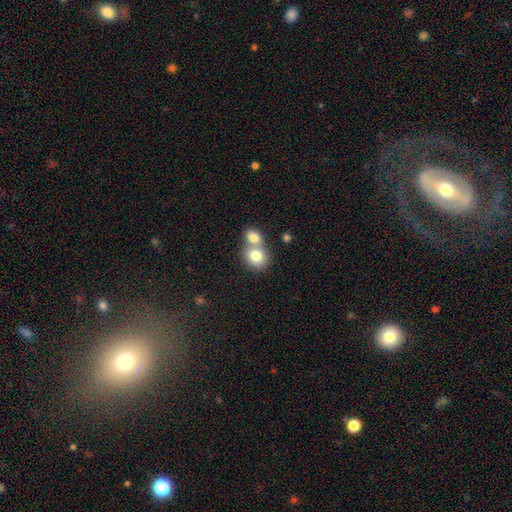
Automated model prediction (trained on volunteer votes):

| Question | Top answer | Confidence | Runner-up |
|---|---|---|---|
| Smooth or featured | smooth | 79% | featured or disk (12%) |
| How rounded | round | 74% | in between (25%) |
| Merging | merger | 61% | none (31%) |